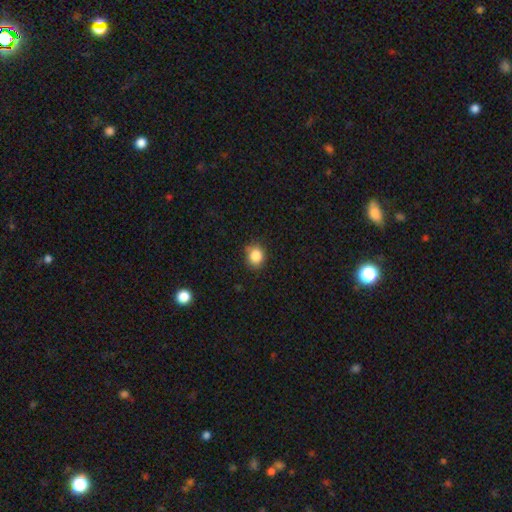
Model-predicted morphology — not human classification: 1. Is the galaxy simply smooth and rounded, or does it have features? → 85% smooth, 10% star or artifact, 5% featured or disk.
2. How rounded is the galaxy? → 69% round, 30% in between, 1% cigar-shaped.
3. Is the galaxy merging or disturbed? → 78% none, 16% minor disturbance, 3% major disturbance, 2% merger.